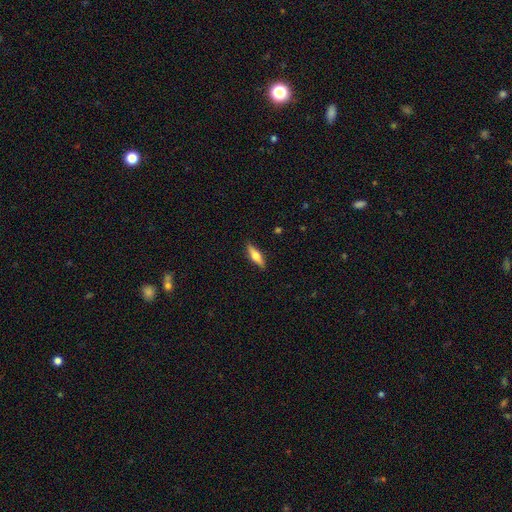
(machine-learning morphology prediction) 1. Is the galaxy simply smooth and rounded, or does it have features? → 52% smooth, 42% featured or disk, 6% star or artifact.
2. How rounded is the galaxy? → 61% cigar-shaped, 36% in between, 2% round.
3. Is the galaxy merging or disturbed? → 89% none, 8% minor disturbance, 2% major disturbance, 1% merger.